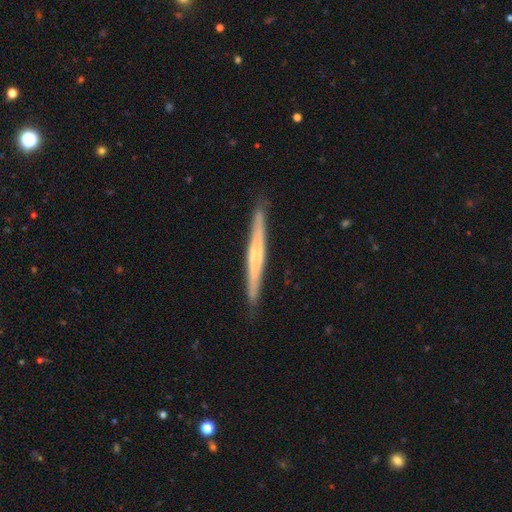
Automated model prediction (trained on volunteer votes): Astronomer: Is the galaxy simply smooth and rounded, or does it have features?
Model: featured or disk — 63%.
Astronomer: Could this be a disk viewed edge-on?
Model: yes — 96%.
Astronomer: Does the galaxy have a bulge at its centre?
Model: none — 50% (runner-up: rounded, 37%).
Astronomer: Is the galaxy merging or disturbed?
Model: none — 89%.